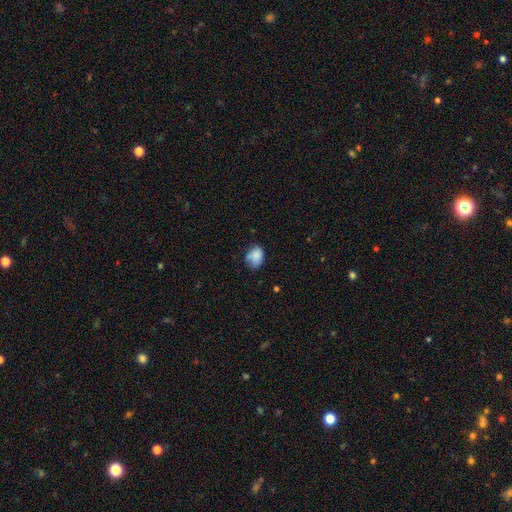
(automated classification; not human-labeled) A smooth galaxy with no disk features (82%) that is in between round and cigar-shaped (69%). Merging: none (54%).